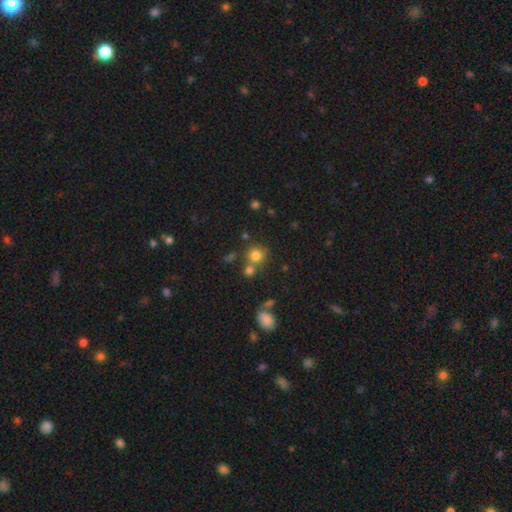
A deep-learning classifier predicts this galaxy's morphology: The model was most divided on "merging": none: 61%, merger: 23%, minor disturbance: 10%, major disturbance: 5%. More confident: how rounded — round (86%); smooth or featured — smooth (78%).